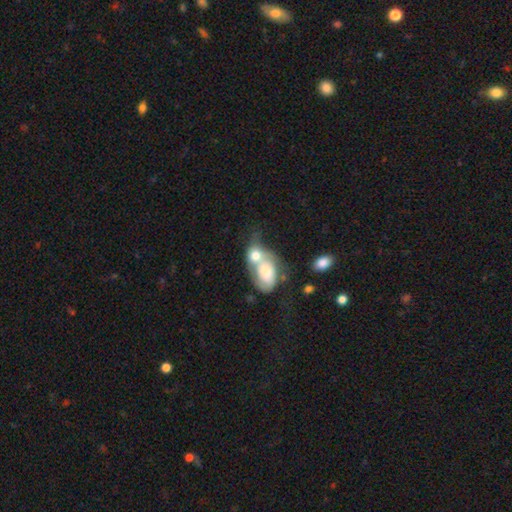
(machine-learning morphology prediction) smooth 60%, featured or disk 32%, star or artifact 7%. Down the decision tree: how rounded — in between (78%); merging — merger (72%).